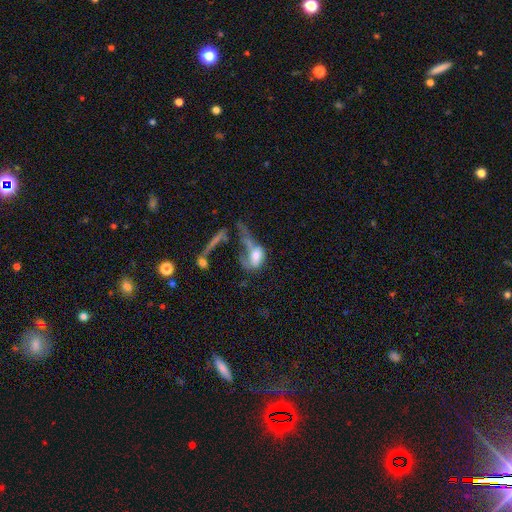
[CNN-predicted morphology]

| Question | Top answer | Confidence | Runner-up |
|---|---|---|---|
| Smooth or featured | smooth | 51% | featured or disk (39%) |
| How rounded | in between | 77% | round (16%) |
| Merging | major disturbance | 48% | merger (31%) |